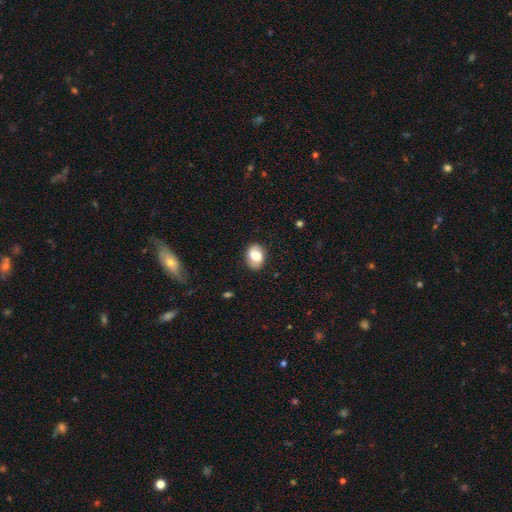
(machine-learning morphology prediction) Overall: smooth (65%; featured or disk 27%). How rounded: in between (74%). Merging: none (76%).